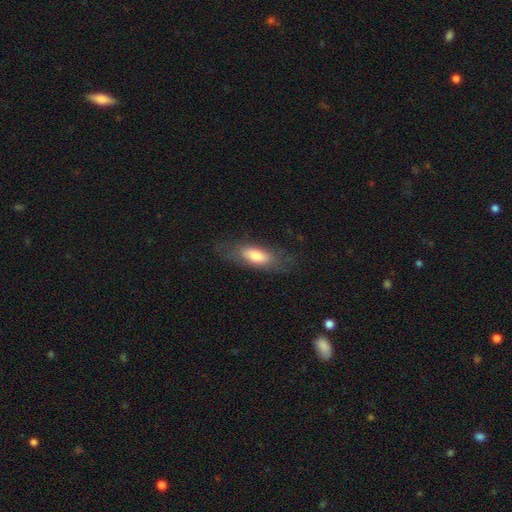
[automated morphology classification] Q: Smooth or featured?
A: smooth (69%); runner-up: featured or disk (25%)
Q: How rounded?
A: in between (62%); runner-up: cigar-shaped (36%)
Q: Merging?
A: none (70%); runner-up: minor disturbance (19%)